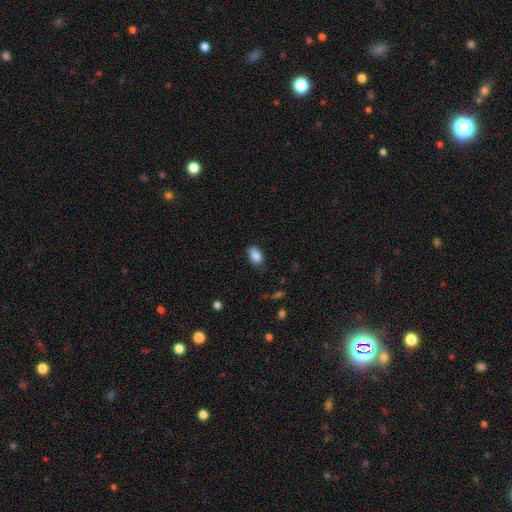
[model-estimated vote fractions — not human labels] smooth 85%, star or artifact 8%, featured or disk 7%. Down the decision tree: how rounded — in between (88%); merging — none (62%).